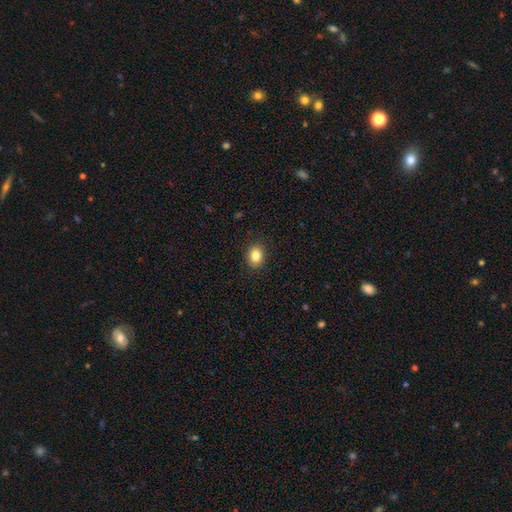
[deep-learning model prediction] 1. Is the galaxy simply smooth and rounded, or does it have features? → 84% smooth, 10% star or artifact, 6% featured or disk.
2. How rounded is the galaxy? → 51% round, 48% in between, 1% cigar-shaped.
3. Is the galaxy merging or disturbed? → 90% none, 7% minor disturbance, 2% major disturbance, 1% merger.